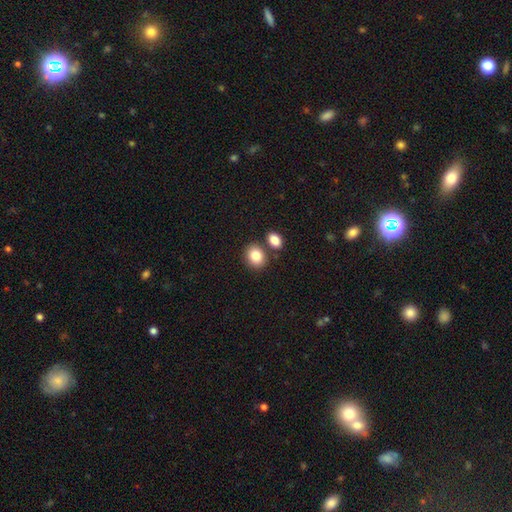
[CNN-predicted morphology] Overall: smooth (85%). How rounded: round (53%; in between 46%). Merging: none (69%).